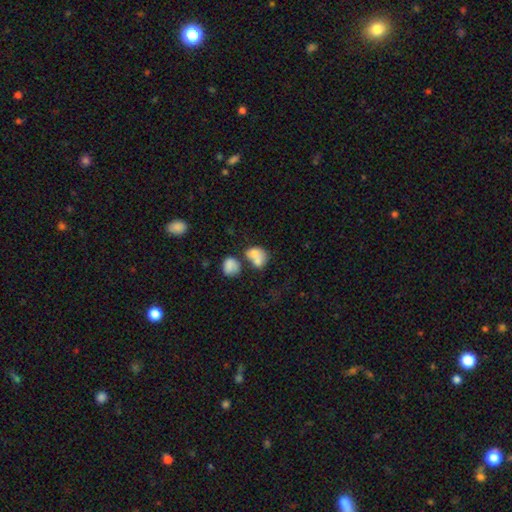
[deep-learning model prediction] smooth-or-featured: smooth: 74% | featured or disk: 17% | star or artifact: 9%
  how-rounded: round: 50% | in between: 49% | cigar-shaped: 1%
  merging: merger: 66% | none: 21% | minor disturbance: 8% | major disturbance: 5%